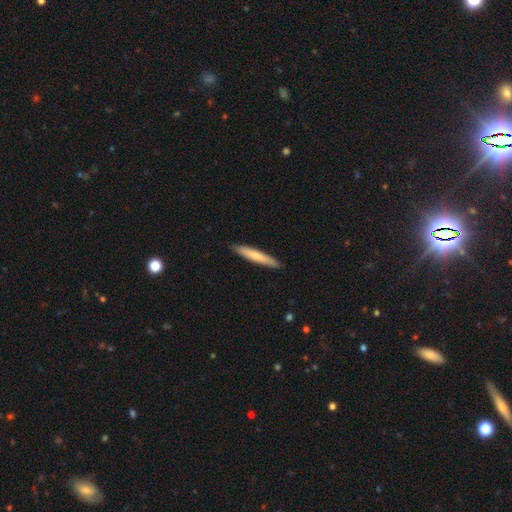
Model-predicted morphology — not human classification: type=smooth (71%); roundness=cigar-shaped (93%); merging=none (89%).